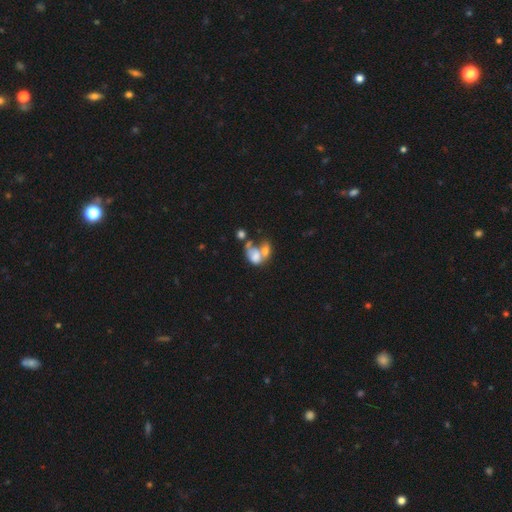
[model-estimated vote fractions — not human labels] Q: Smooth or featured?
A: smooth (56%); runner-up: featured or disk (33%)
Q: How rounded?
A: in between (78%); runner-up: round (20%)
Q: Merging?
A: merger (61%); runner-up: major disturbance (17%)